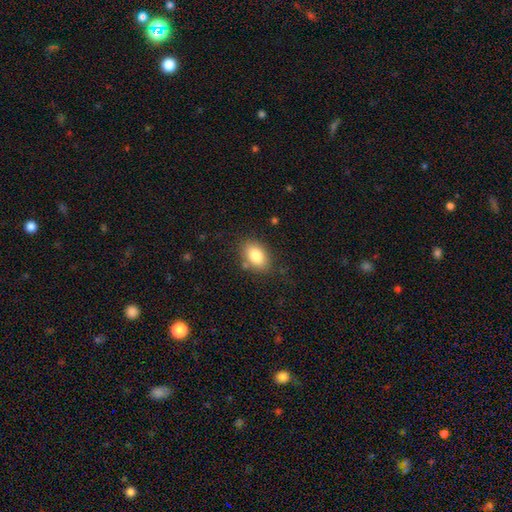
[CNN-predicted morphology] type=smooth (84%); roundness=in between (86%); merging=none (79%).